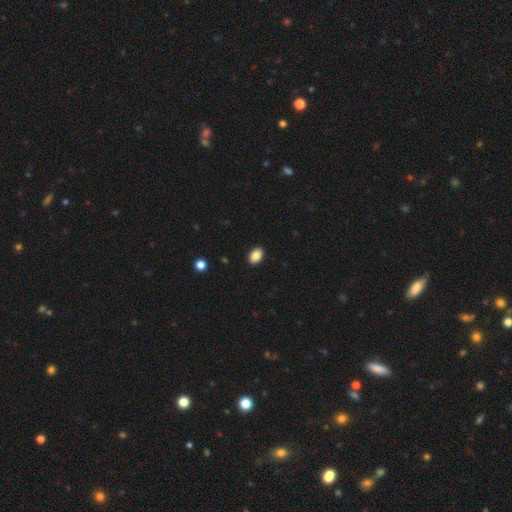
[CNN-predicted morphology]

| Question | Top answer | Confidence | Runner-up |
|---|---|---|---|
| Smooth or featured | smooth | 87% | star or artifact (8%) |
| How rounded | in between | 86% | round (13%) |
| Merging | none | 91% | minor disturbance (6%) |